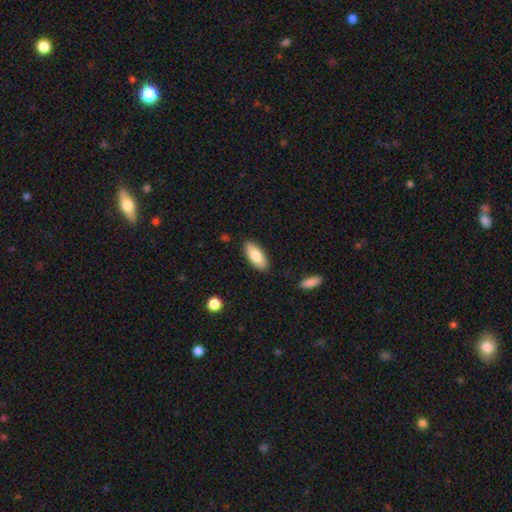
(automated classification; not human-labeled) The model was most divided on "how rounded": in between: 79%, cigar-shaped: 19%, round: 2%. More confident: merging — none (86%); smooth or featured — smooth (81%).